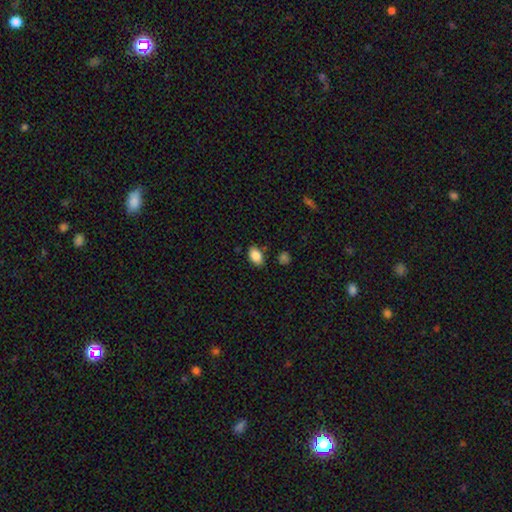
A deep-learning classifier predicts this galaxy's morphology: smooth-or-featured: smooth: 86% | star or artifact: 8% | featured or disk: 6%
  how-rounded: in between: 89% | round: 10% | cigar-shaped: 2%
  merging: none: 82% | minor disturbance: 12% | merger: 3% | major disturbance: 3%